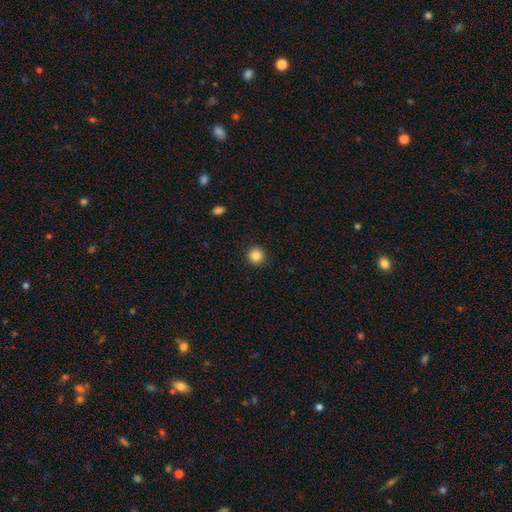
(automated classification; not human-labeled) Smooth or featured? smooth (86%)
How rounded? round (94%)
Merging? none (92%)